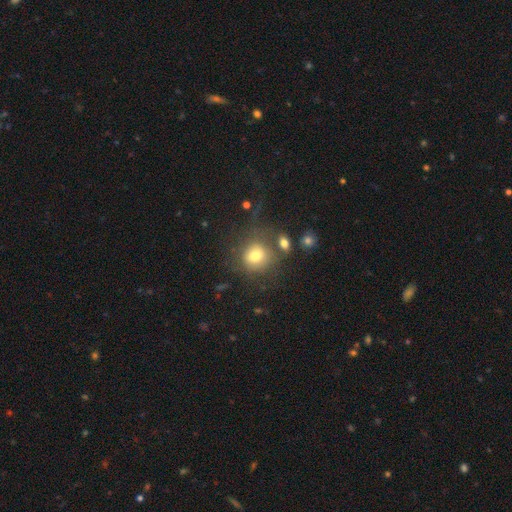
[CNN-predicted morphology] Smooth or featured? Predicted: smooth (p=0.76). How rounded? Predicted: round (p=0.82). Merging? Predicted: none (p=0.61).